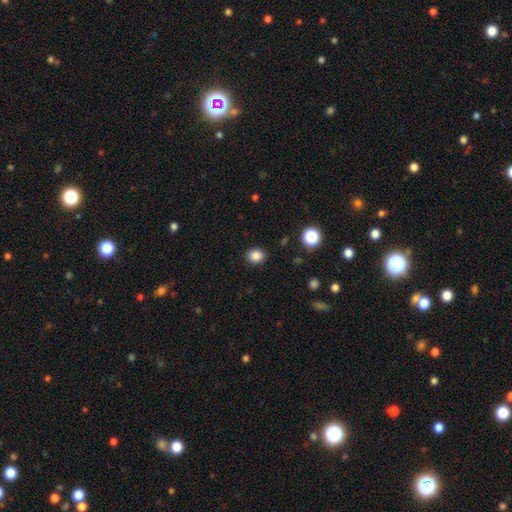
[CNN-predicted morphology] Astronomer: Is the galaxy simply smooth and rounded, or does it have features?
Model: smooth — 85%.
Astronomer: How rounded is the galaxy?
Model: round — 65%.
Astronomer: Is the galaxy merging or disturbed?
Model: none — 90%.